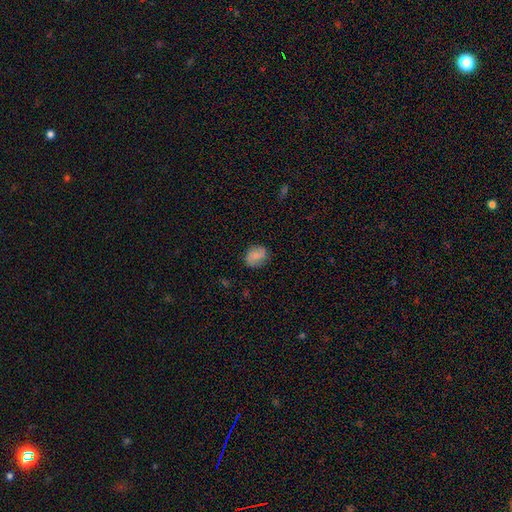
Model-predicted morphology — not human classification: smooth 76%, featured or disk 16%, star or artifact 9%. Down the decision tree: how rounded — in between (56%); merging — none (81%).